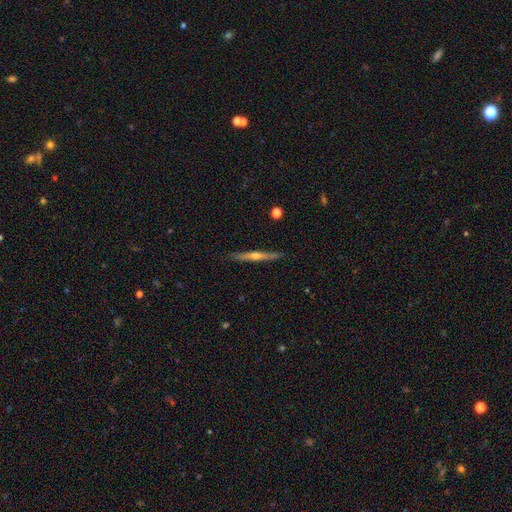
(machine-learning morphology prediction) featured or disk 72%, smooth 22%, star or artifact 6%. Down the decision tree: edge-on disk — yes (98%); edge-on bulge — rounded (84%); merging — none (90%).